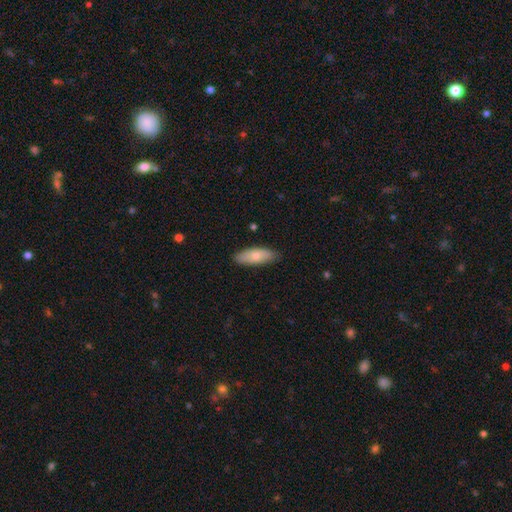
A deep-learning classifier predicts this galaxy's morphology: Smooth or featured: smooth — 74% (featured or disk — 21%)
How rounded: in between — 69% (cigar-shaped — 28%)
Merging: none — 86% (minor disturbance — 11%)